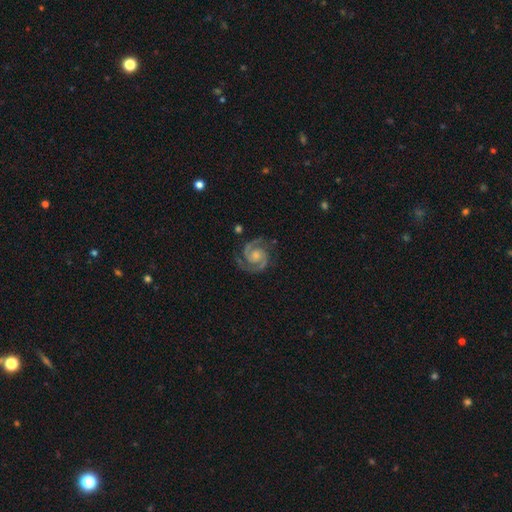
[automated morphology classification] smooth_or_featured: featured or disk (p=0.92) [alt: star or artifact p=0.05]
disk_edge_on: no (p=0.98) [alt: yes p=0.02]
bar: no (p=0.64) [alt: weak p=0.29]
has_spiral_arms: yes (p=0.99) [alt: no p=0.01]
spiral_winding: tight (p=0.49) [alt: medium p=0.45]
spiral_arm_count: 2 (p=0.93) [alt: 3 p=0.02]
bulge_size: moderate (p=0.42) [alt: small p=0.37]
merging: none (p=0.80) [alt: minor disturbance p=0.14]